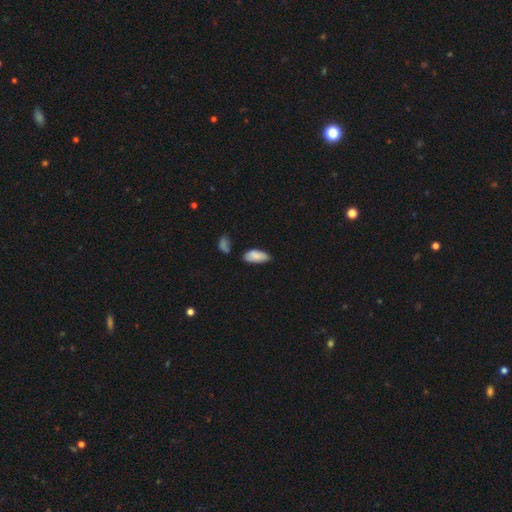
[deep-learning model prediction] smooth-or-featured: smooth: 87% | star or artifact: 7% | featured or disk: 7%
  how-rounded: in between: 89% | cigar-shaped: 9% | round: 2%
  merging: none: 61% | minor disturbance: 29% | merger: 5% | major disturbance: 4%